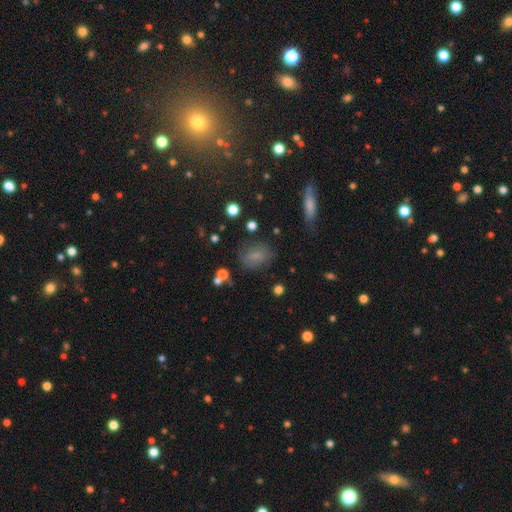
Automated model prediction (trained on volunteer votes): This is likely a smooth galaxy (69%). How rounded: likely in between (69%). Merging: likely none (68%).